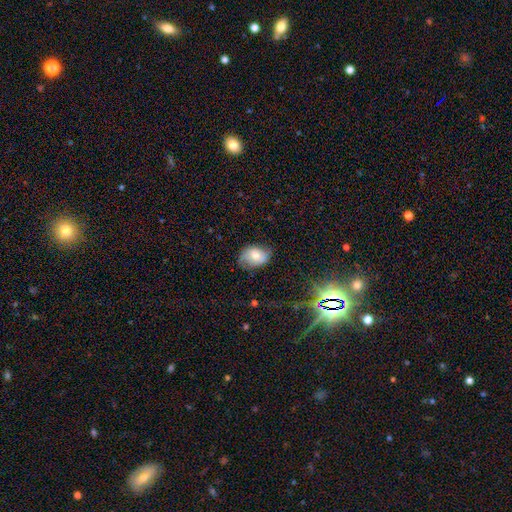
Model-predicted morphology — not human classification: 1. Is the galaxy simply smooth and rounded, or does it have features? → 54% smooth, 37% featured or disk, 10% star or artifact.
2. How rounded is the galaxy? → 75% in between, 24% round, 1% cigar-shaped.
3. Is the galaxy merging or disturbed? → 60% none, 29% minor disturbance, 9% major disturbance, 1% merger.